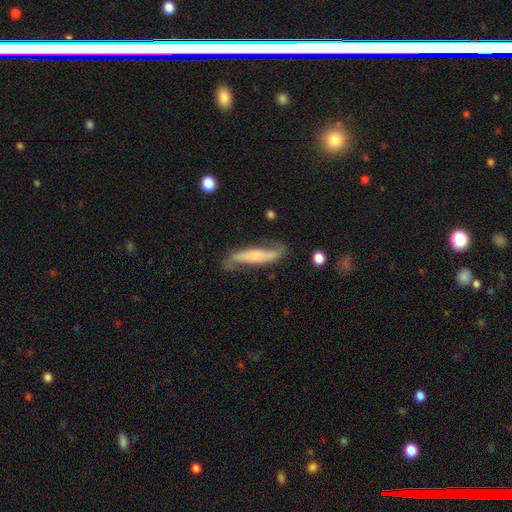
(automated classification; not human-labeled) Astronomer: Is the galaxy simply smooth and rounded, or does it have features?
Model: featured or disk — 65%.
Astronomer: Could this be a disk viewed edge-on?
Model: no — 58% (runner-up: yes, 42%).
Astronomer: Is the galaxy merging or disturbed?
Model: none — 62%.